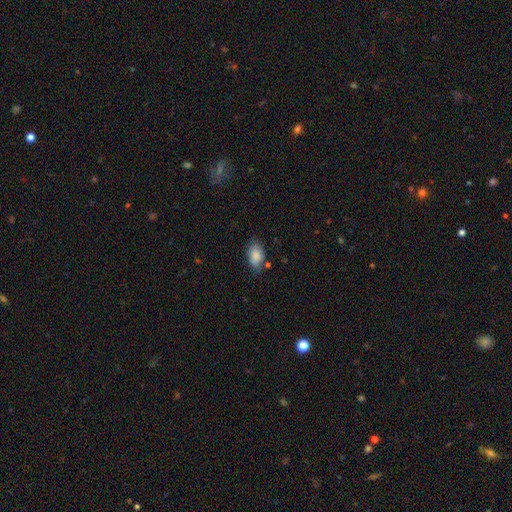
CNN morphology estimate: A smooth galaxy with no disk features (86%) that is in between round and cigar-shaped (91%).

Vote fractions:
- Smooth or featured? smooth: 86% / star or artifact: 7% / featured or disk: 7%
- How rounded? in between: 91% / round: 8% / cigar-shaped: 2%
- Merging? none: 67% / minor disturbance: 24% / major disturbance: 5% / merger: 3%